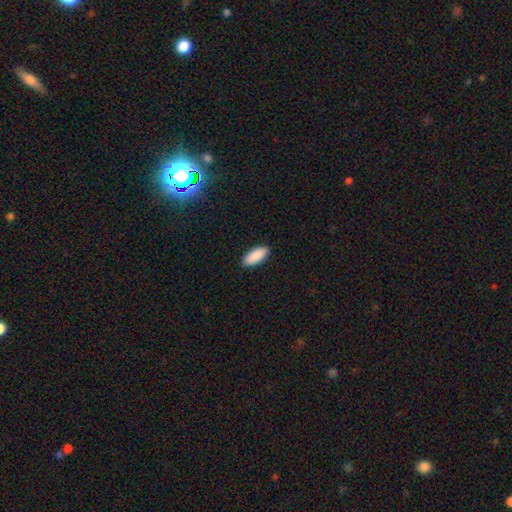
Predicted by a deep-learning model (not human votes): This appears to be a smooth galaxy with no disk features (91%) that is in between round and cigar-shaped (85%). Merging: none (90%).